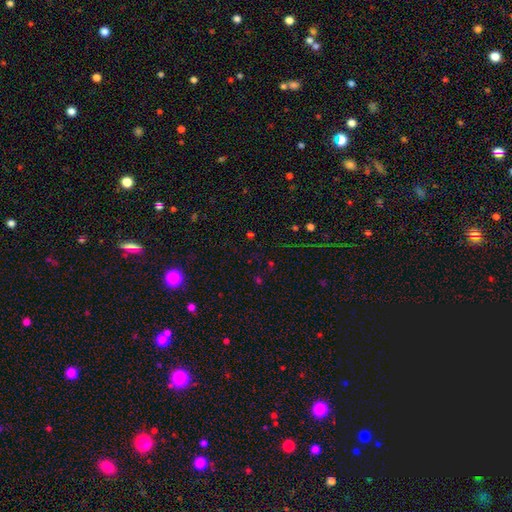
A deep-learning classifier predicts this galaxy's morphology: Smooth or featured? star or artifact (63%)